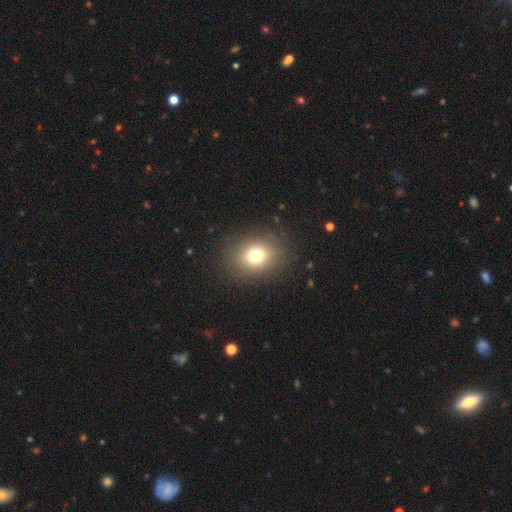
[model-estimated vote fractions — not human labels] Q: Smooth or featured?
A: smooth (76%); runner-up: star or artifact (14%)
Q: How rounded?
A: round (52%); runner-up: in between (47%)
Q: Merging?
A: none (87%); runner-up: minor disturbance (8%)